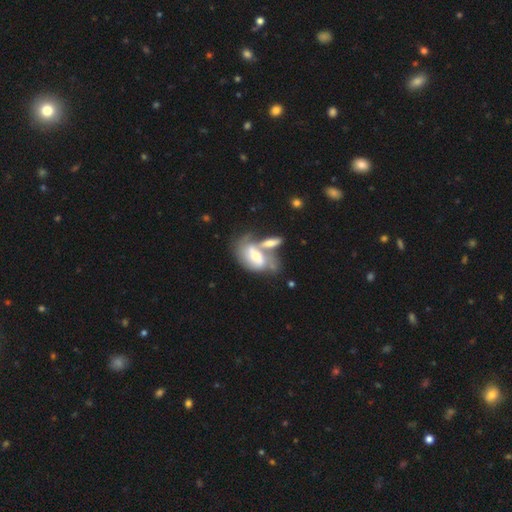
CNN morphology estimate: smooth_or_featured: featured or disk (p=0.62) [alt: smooth p=0.32]
disk_edge_on: no (p=0.91) [alt: yes p=0.09]
bar: weak (p=0.38) [alt: no p=0.37]
has_spiral_arms: yes (p=0.71) [alt: no p=0.29]
bulge_size: moderate (p=0.63) [alt: small p=0.27]
merging: merger (p=0.51) [alt: none p=0.27]